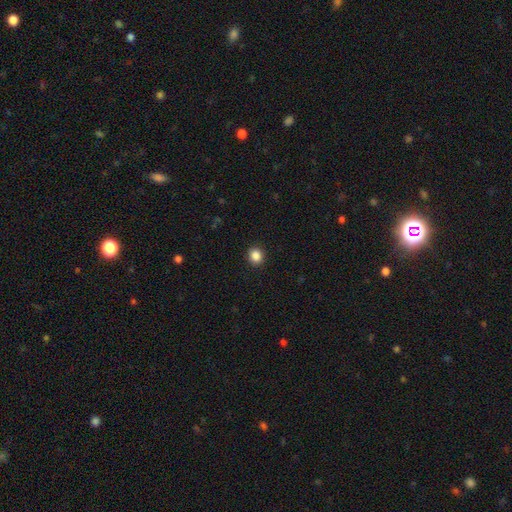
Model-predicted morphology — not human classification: A smooth galaxy with no disk features (87%) that is round (76%). Merging: none (92%).